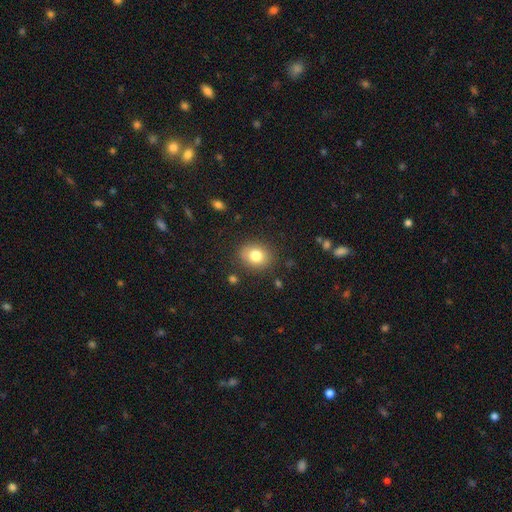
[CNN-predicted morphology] type=smooth (79%); roundness=round (64%); merging=none (85%).